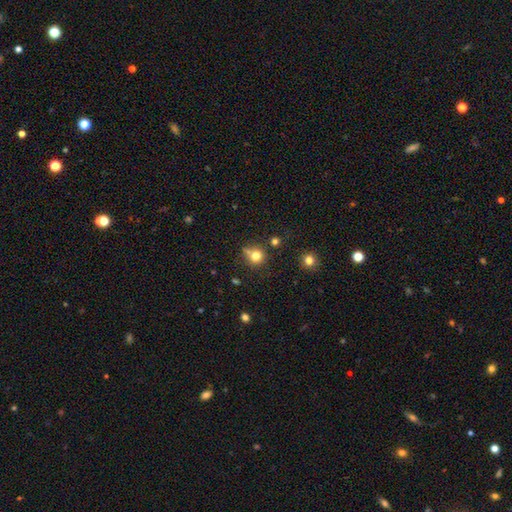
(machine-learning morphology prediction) smooth 77%, star or artifact 15%, featured or disk 9%. Down the decision tree: how rounded — round (89%); merging — none (65%).